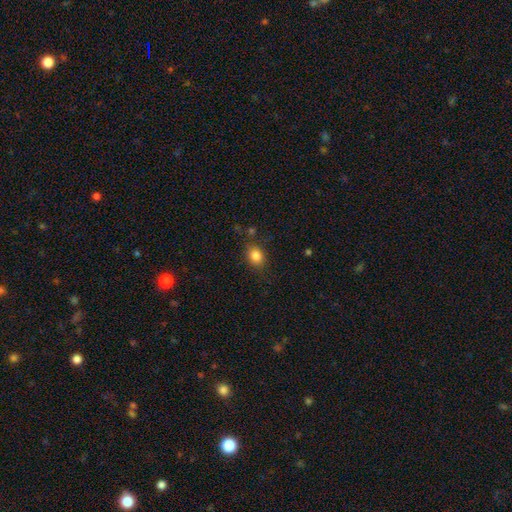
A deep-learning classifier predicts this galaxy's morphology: The model was most divided on "how rounded": round: 52%, in between: 47%, cigar-shaped: 1%. More confident: smooth or featured — smooth (83%); merging — none (79%).